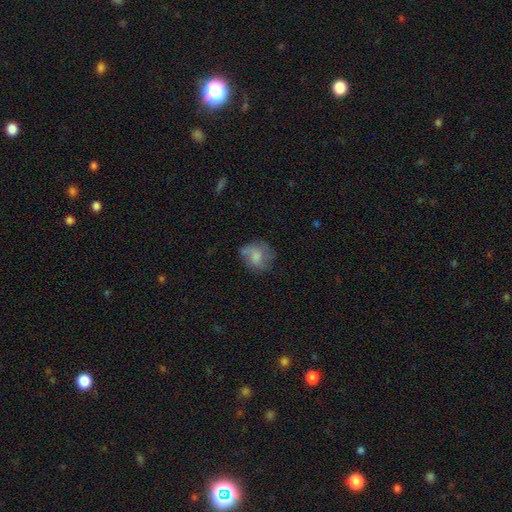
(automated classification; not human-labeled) This is likely a smooth galaxy (63%). How rounded: likely round (67%). Merging: possibly none (56%).